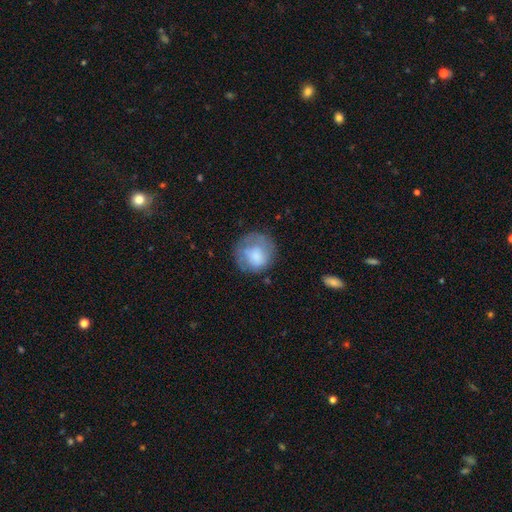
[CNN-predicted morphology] This is likely a smooth galaxy (69%). How rounded: clearly round (87%). Merging: likely none (63%).